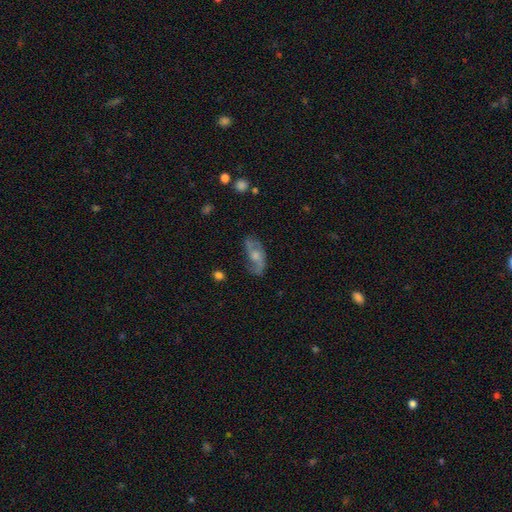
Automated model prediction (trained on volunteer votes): This is likely a featured or disk galaxy (65%). It is clearly not viewed edge-on (91%). Bar: likely no (62%). Spiral arm pattern: clearly yes (84%). Central bulge: possibly moderate (50%). Merging: likely none (62%).